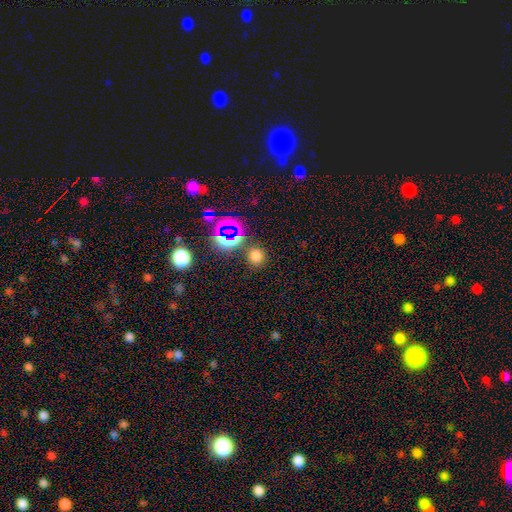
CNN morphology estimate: smooth-or-featured: smooth: 64% | star or artifact: 30% | featured or disk: 6%
  how-rounded: round: 86% | in between: 13% | cigar-shaped: 1%
  merging: none: 82% | minor disturbance: 8% | merger: 6% | major disturbance: 4%